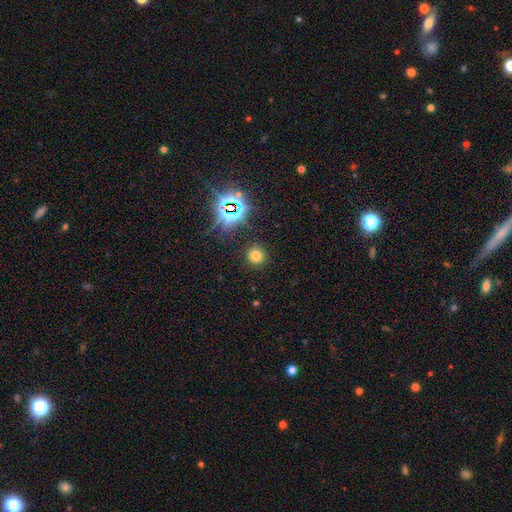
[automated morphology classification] smooth_or_featured: smooth (p=0.67) [alt: star or artifact p=0.25]
how_rounded: round (p=0.93) [alt: in between p=0.06]
merging: none (p=0.89) [alt: minor disturbance p=0.07]